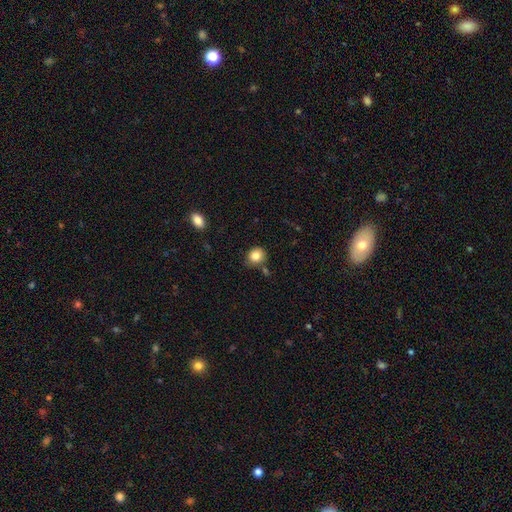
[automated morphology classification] smooth_or_featured: smooth (p=0.84) [alt: star or artifact p=0.10]
how_rounded: round (p=0.75) [alt: in between p=0.25]
merging: none (p=0.73) [alt: minor disturbance p=0.16]